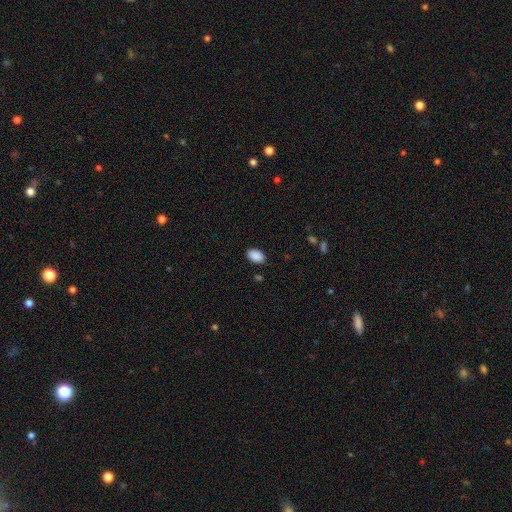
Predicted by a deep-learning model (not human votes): Morphology: type=smooth (90%); roundness=in between (90%); merging=none (88%).